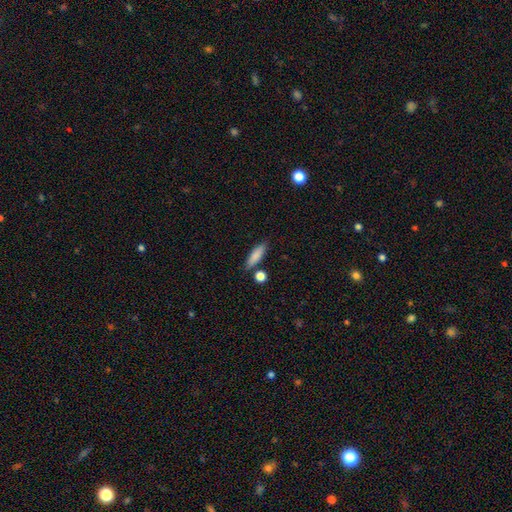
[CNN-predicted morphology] This is clearly a smooth galaxy (85%). How rounded: possibly cigar-shaped (51%). Merging: likely none (77%).